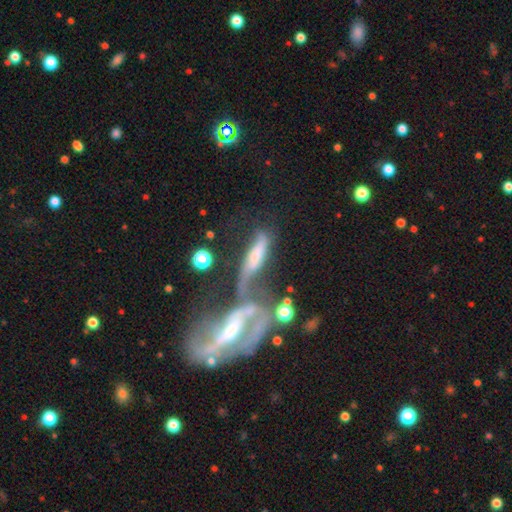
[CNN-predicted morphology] Overall: featured or disk (51%; smooth 38%). Edge-on disk: no (68%; yes 32%). Merging: merger (62%).